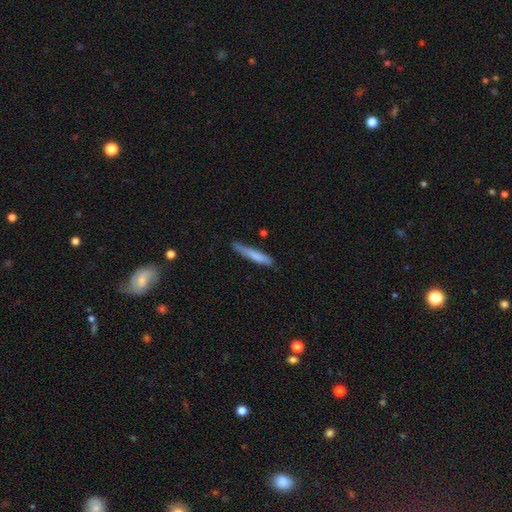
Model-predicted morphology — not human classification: smooth-or-featured: smooth: 74% | featured or disk: 20% | star or artifact: 6%
  how-rounded: cigar-shaped: 94% | in between: 5% | round: 1%
  merging: none: 71% | minor disturbance: 22% | major disturbance: 4% | merger: 3%